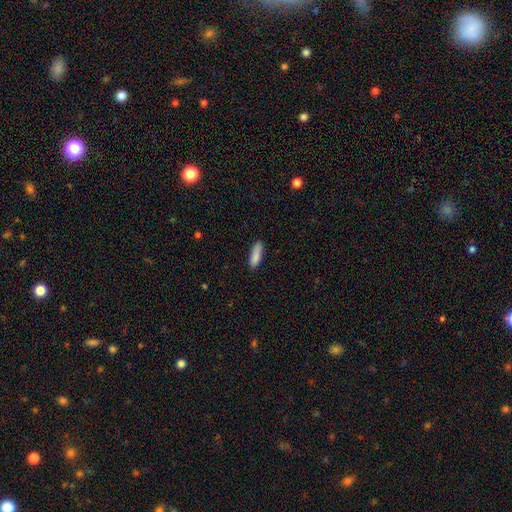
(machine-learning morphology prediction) Overall: smooth (87%). How rounded: cigar-shaped (57%; in between 42%). Merging: none (85%).